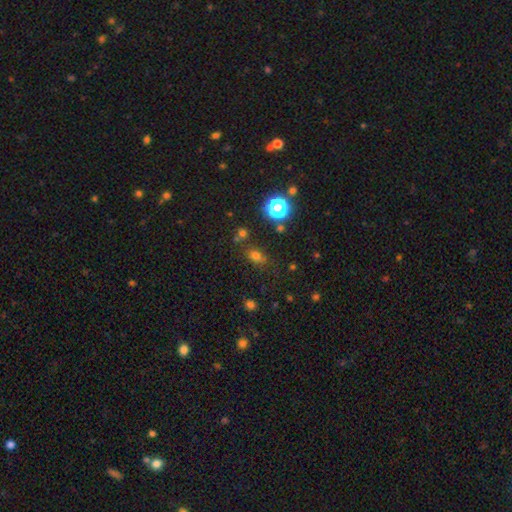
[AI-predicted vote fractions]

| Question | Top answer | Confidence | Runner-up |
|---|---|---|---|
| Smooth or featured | smooth | 67% | star or artifact (24%) |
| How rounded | in between | 61% | round (36%) |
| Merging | none | 70% | minor disturbance (17%) |